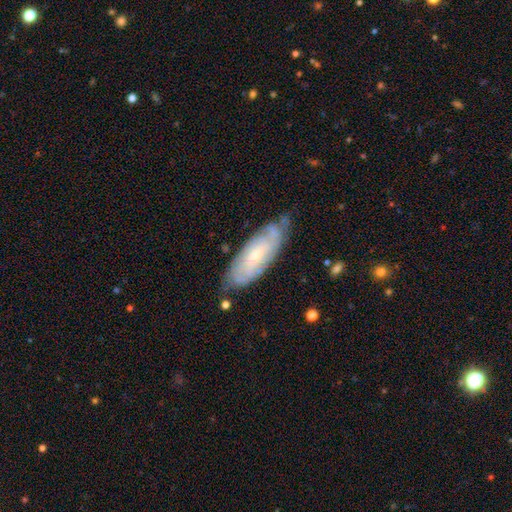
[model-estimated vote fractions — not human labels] Q: Smooth or featured?
A: featured or disk (61%); runner-up: smooth (33%)
Q: Edge-on disk?
A: no (84%); runner-up: yes (16%)
Q: Bar?
A: no (64%); runner-up: weak (30%)
Q: Spiral arms?
A: yes (83%); runner-up: no (17%)
Q: Bulge size?
A: small (65%); runner-up: moderate (29%)
Q: Merging?
A: none (69%); runner-up: minor disturbance (24%)